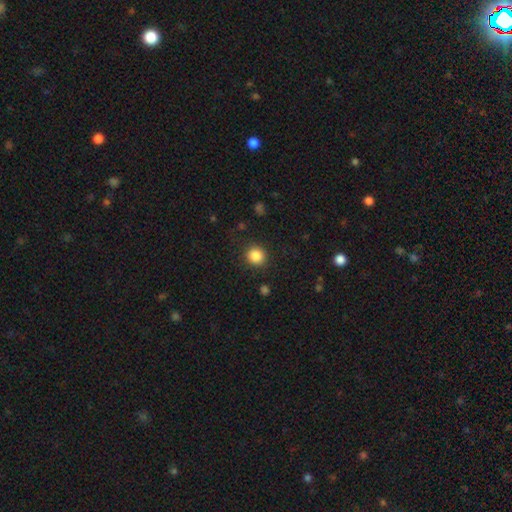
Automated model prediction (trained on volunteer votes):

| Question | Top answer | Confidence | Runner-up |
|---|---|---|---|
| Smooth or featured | smooth | 86% | star or artifact (10%) |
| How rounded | round | 89% | in between (10%) |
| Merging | none | 89% | minor disturbance (7%) |